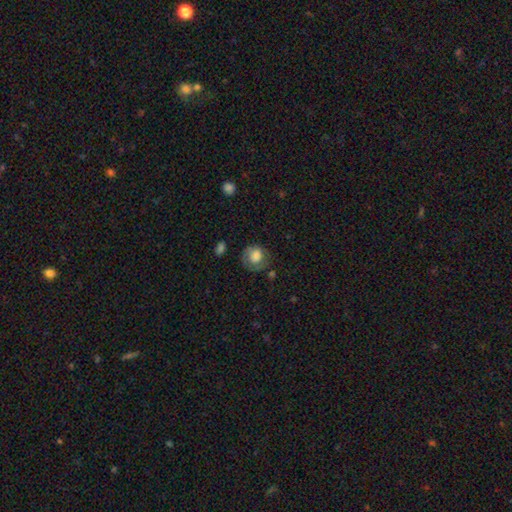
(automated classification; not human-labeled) Overall: smooth (66%). How rounded: round (75%). Merging: none (60%; minor disturbance 23%).